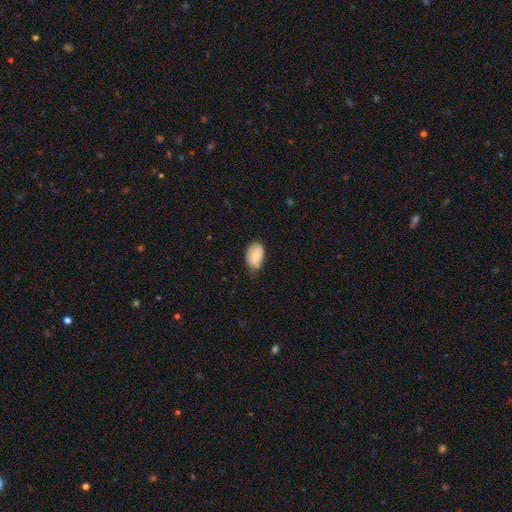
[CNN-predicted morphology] Smooth or featured? Predicted: smooth (p=0.81). How rounded? Predicted: in between (p=0.90). Merging? Predicted: none (p=0.54).